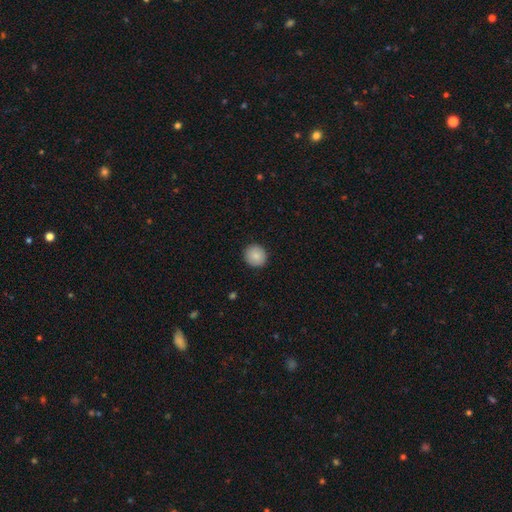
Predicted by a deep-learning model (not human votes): Smooth or featured?
  - smooth: 87% *
  - star or artifact: 8%
  - featured or disk: 5%
How rounded?
  - round: 90% *
  - in between: 9%
  - cigar-shaped: 1%
Merging?
  - none: 91% *
  - minor disturbance: 6%
  - major disturbance: 2%
  - merger: 1%